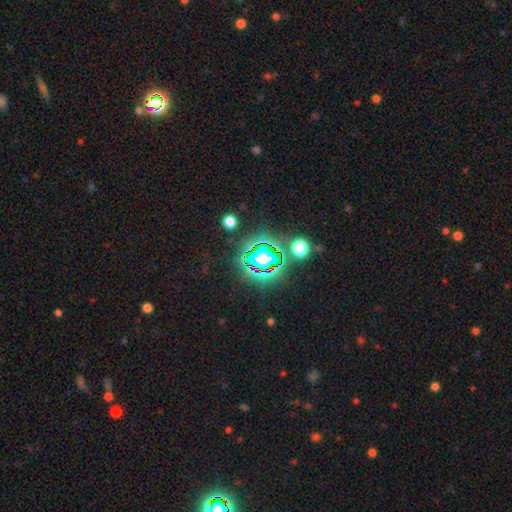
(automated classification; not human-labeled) Smooth or featured: star or artifact — 72% (smooth — 18%)